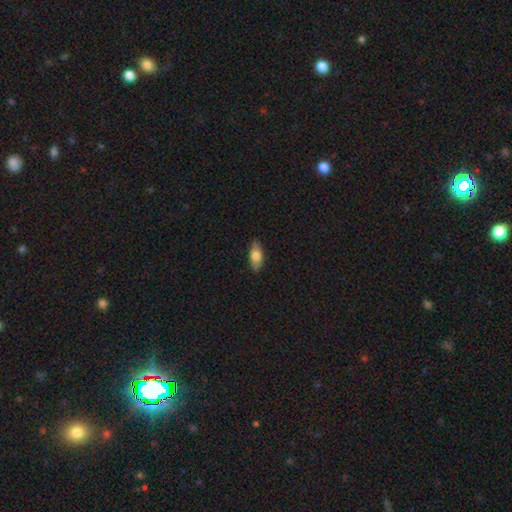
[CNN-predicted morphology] This appears to be a smooth galaxy with no disk features (72%) that is in between round and cigar-shaped (83%). Merging: none (86%).